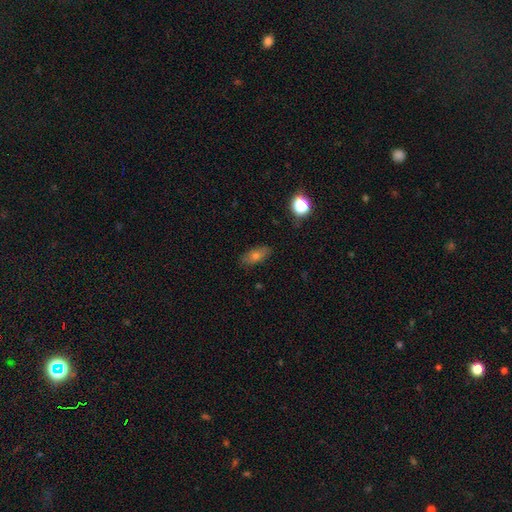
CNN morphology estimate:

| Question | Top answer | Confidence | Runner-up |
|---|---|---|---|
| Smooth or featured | smooth | 63% | featured or disk (24%) |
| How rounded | in between | 79% | cigar-shaped (13%) |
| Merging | none | 83% | minor disturbance (13%) |